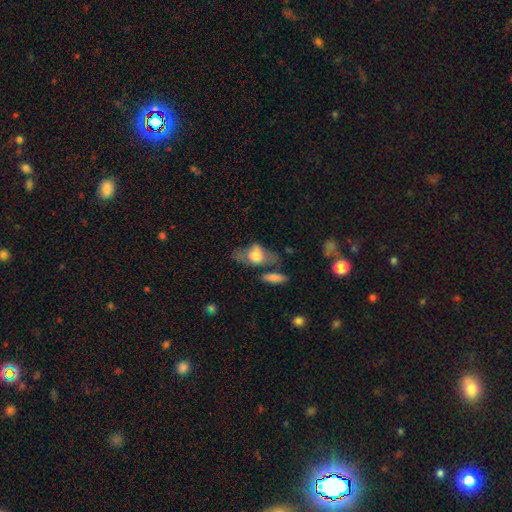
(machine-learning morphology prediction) The model was most divided on "merging": none: 34%, major disturbance: 24%, minor disturbance: 22%, merger: 19%. More confident: how rounded — in between (80%); smooth or featured — smooth (59%).